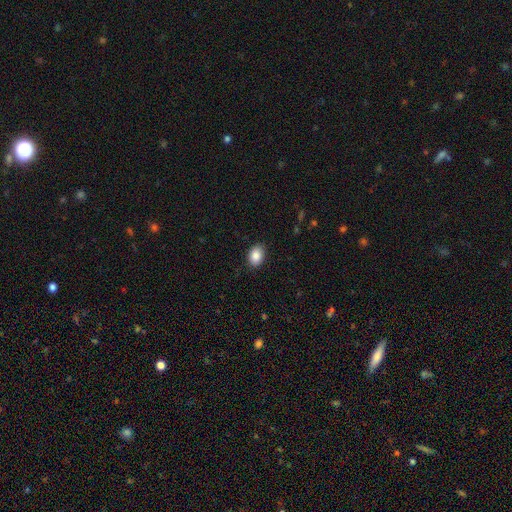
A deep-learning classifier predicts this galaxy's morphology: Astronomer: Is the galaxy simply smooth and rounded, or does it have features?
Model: smooth — 88%.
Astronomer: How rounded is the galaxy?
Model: in between — 79%.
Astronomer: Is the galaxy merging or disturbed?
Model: none — 87%.